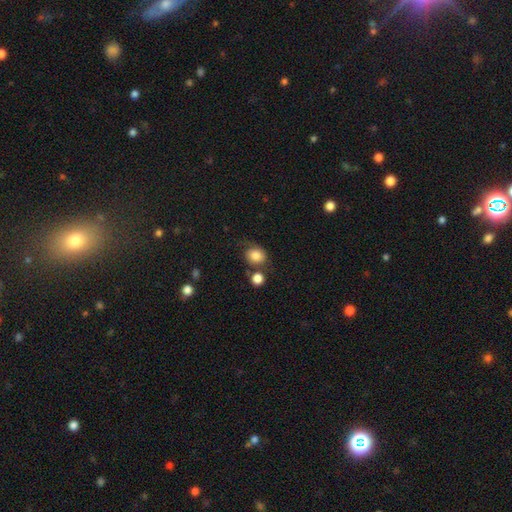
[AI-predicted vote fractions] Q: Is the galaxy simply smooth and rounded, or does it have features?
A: smooth — 78%.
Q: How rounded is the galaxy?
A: round — 72%.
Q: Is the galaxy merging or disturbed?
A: none — 58%.